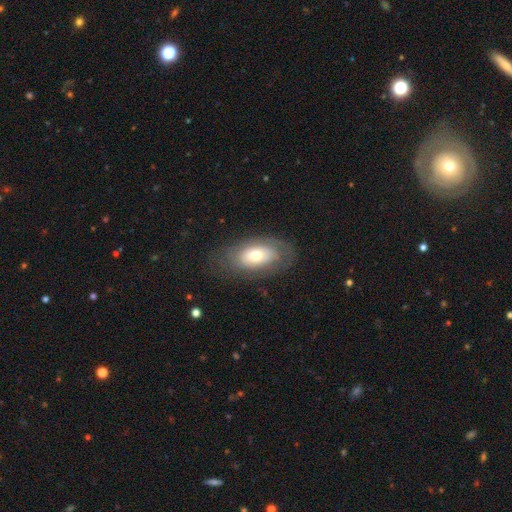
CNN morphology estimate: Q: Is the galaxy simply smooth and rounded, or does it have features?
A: smooth — 56%.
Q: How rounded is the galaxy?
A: in between — 90%.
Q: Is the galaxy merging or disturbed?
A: none — 72%.